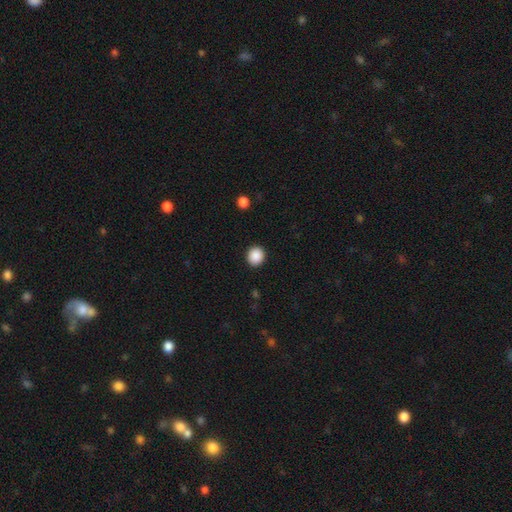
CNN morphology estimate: smooth-or-featured: smooth: 89% | star or artifact: 8% | featured or disk: 3%
  how-rounded: round: 87% | in between: 12% | cigar-shaped: 1%
  merging: none: 92% | minor disturbance: 5% | major disturbance: 2% | merger: 1%